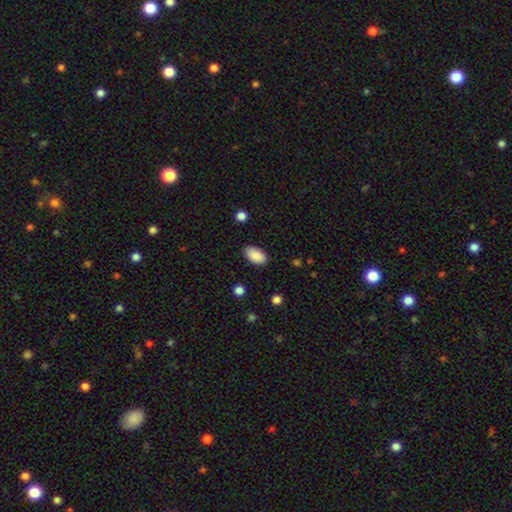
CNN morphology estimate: The model was most divided on "merging": none: 86%, minor disturbance: 11%, major disturbance: 2%, merger: 1%. More confident: how rounded — in between (95%); smooth or featured — smooth (90%).